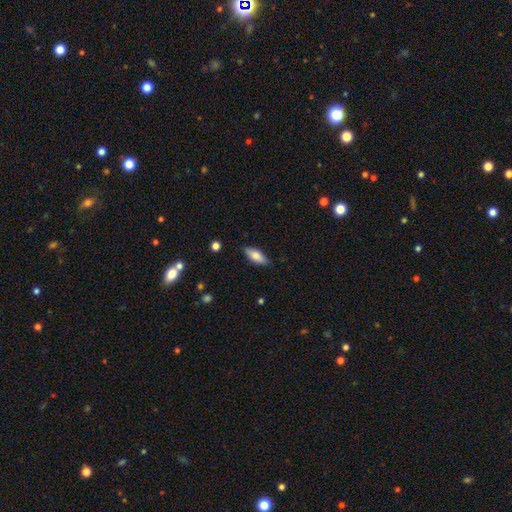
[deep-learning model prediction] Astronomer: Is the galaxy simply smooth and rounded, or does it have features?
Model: smooth — 75%.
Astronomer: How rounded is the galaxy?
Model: in between — 76%.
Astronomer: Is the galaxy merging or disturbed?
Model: none — 86%.